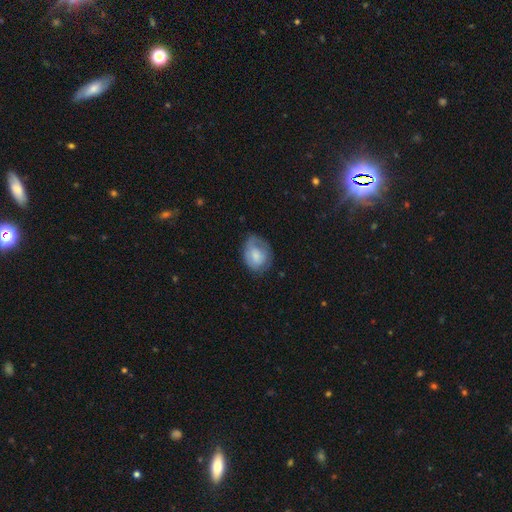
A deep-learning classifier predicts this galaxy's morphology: Q: Smooth or featured?
A: smooth (65%); runner-up: featured or disk (27%)
Q: How rounded?
A: in between (60%); runner-up: round (39%)
Q: Merging?
A: none (55%); runner-up: minor disturbance (30%)